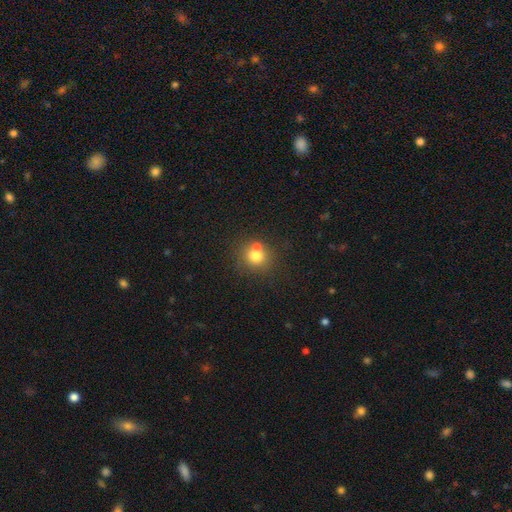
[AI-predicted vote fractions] This is likely a smooth galaxy (75%). How rounded: clearly round (86%). Merging: possibly none (56%).